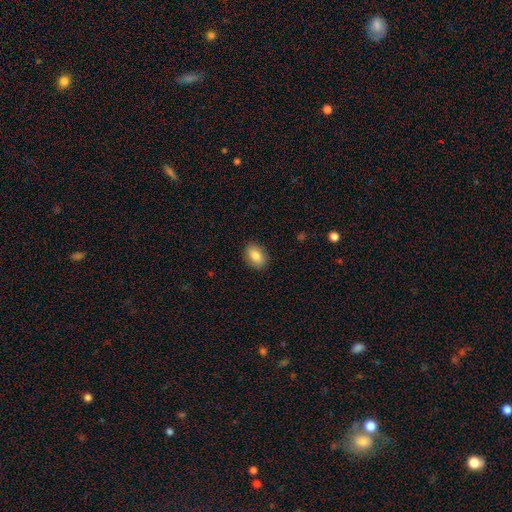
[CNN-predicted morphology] Smooth or featured?
  - smooth: 85% *
  - featured or disk: 8%
  - star or artifact: 7%
How rounded?
  - in between: 84% *
  - round: 15%
  - cigar-shaped: 2%
Merging?
  - none: 88% *
  - minor disturbance: 9%
  - major disturbance: 2%
  - merger: 1%